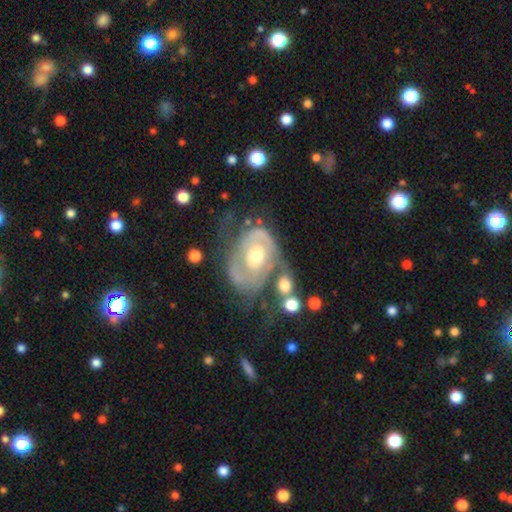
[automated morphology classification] Smooth or featured? featured or disk (82%)
Edge-on disk? no (96%)
Bar? no (66%)
Spiral arms? yes (80%)
Spiral winding? tight (53%)
Spiral arm count? 2 (50%)
Bulge size? moderate (73%)
Merging? none (39%)